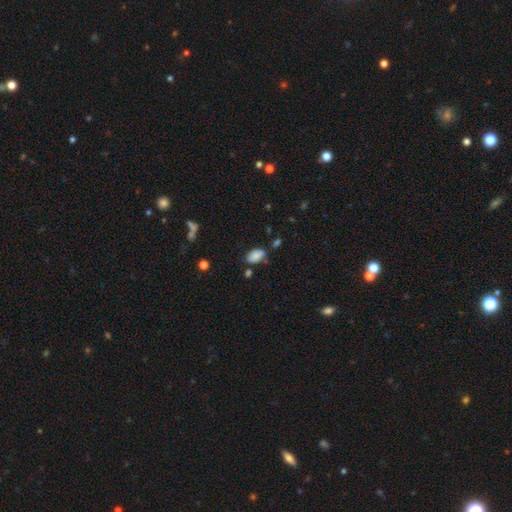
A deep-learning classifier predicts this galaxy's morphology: smooth-or-featured: smooth: 84% | star or artifact: 9% | featured or disk: 7%
  how-rounded: in between: 92% | round: 6% | cigar-shaped: 2%
  merging: none: 65% | minor disturbance: 23% | merger: 7% | major disturbance: 5%